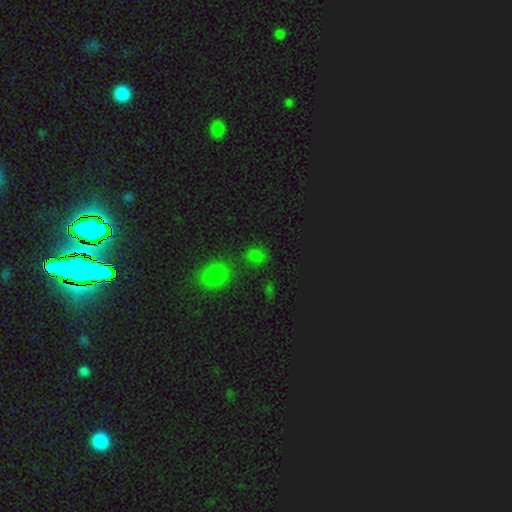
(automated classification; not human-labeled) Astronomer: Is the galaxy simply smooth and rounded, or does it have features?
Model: smooth — 67%.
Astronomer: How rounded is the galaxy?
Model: round — 63%.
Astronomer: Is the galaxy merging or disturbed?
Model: none — 69%.